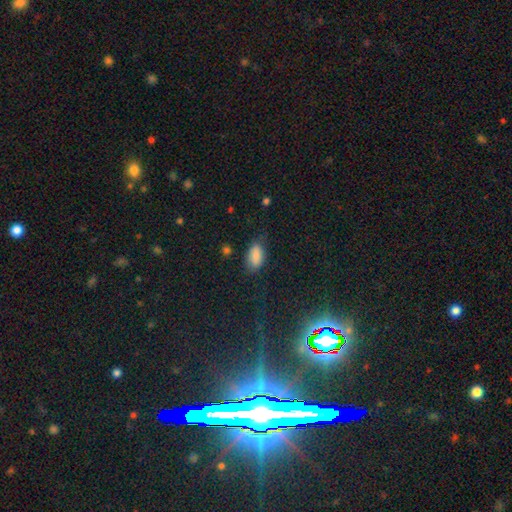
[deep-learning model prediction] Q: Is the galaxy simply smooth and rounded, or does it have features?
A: smooth — 85%.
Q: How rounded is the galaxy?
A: in between — 90%.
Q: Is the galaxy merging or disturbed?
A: none — 71%.